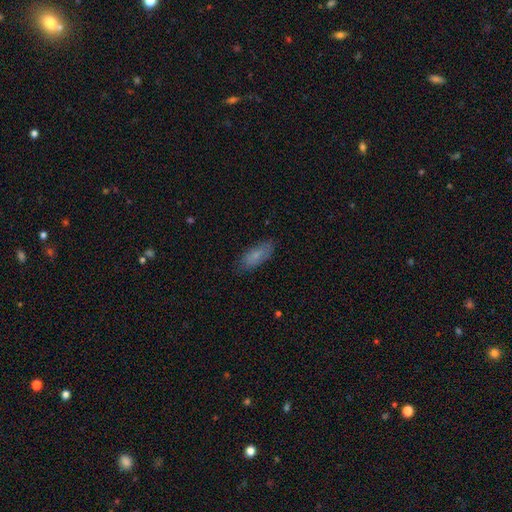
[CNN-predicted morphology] Overall: smooth (71%). How rounded: in between (77%). Merging: none (80%).